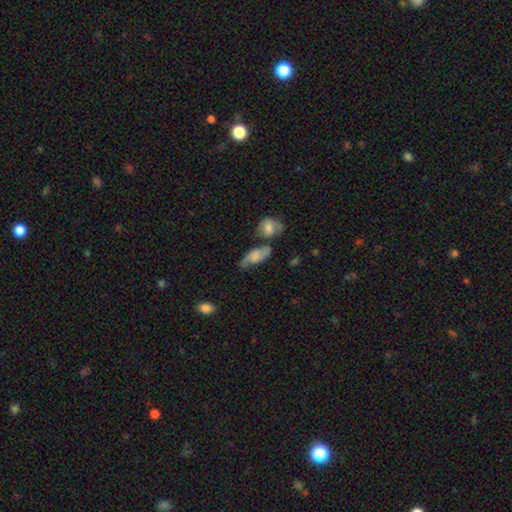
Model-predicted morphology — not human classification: This is possibly a smooth galaxy (47%). Merging: possibly none (46%).